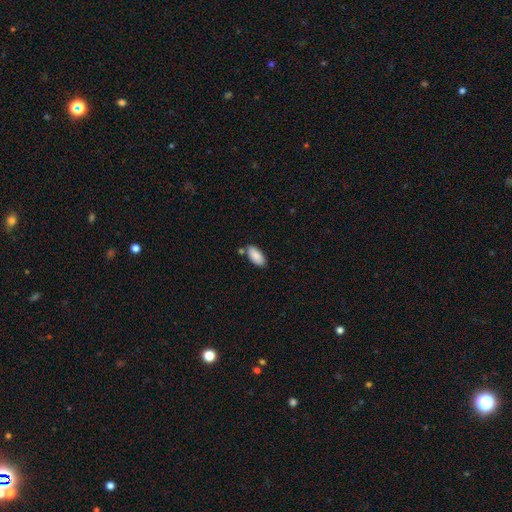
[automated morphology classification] This is clearly a smooth galaxy (88%). How rounded: clearly in between (91%). Merging: likely none (76%).